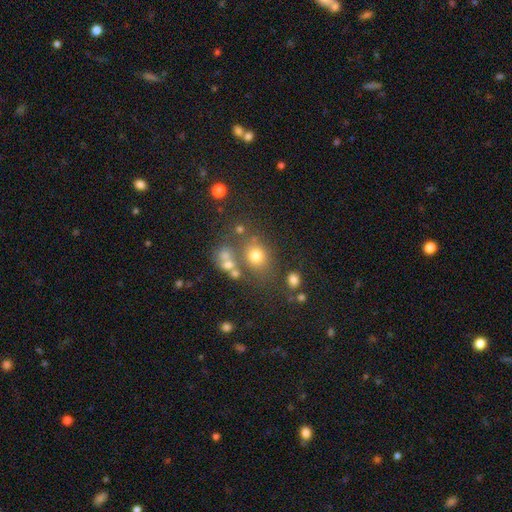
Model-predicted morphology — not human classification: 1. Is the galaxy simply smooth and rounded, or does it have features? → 71% smooth, 18% star or artifact, 11% featured or disk.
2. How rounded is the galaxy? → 67% round, 32% in between, 1% cigar-shaped.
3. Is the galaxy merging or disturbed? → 64% none, 15% merger, 14% minor disturbance, 7% major disturbance.